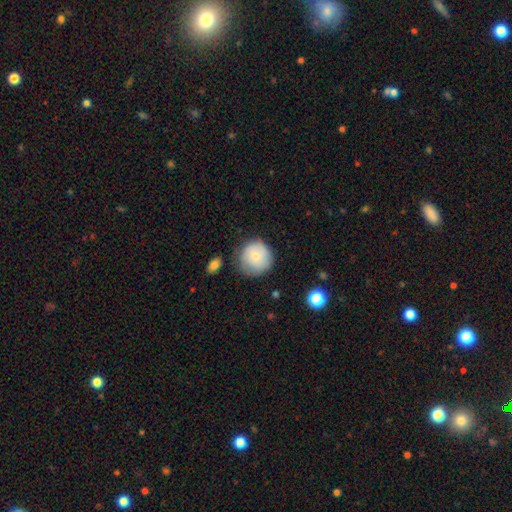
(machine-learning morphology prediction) smooth-or-featured: smooth: 78% | featured or disk: 15% | star or artifact: 7%
  how-rounded: round: 92% | in between: 7% | cigar-shaped: 1%
  merging: none: 66% | minor disturbance: 24% | major disturbance: 7% | merger: 3%